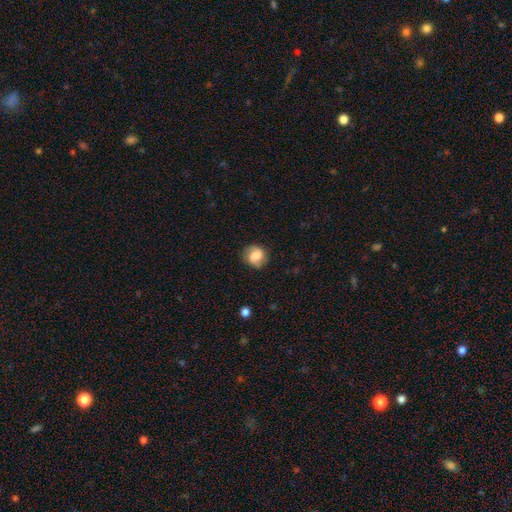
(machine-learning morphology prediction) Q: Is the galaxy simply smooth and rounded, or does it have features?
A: smooth — 69%.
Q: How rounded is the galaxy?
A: round — 79%.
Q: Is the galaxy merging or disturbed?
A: none — 75%.